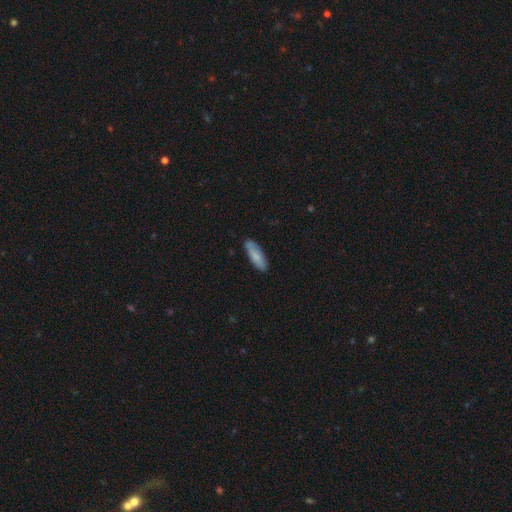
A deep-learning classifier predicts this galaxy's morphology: A smooth galaxy with no disk features (78%) that is in between round and cigar-shaped (56%). Merging: none (83%).